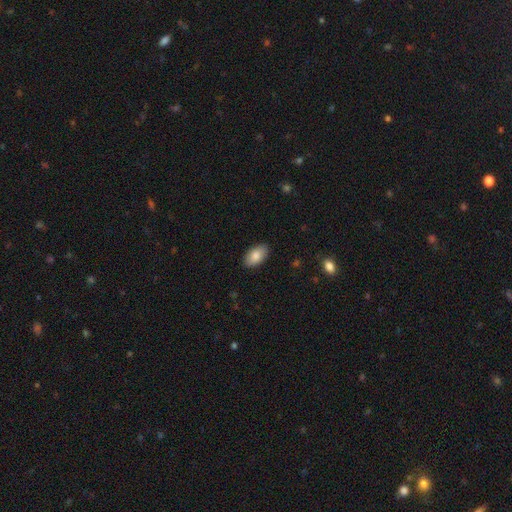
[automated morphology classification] smooth_or_featured: smooth (p=0.85) [alt: featured or disk p=0.09]
how_rounded: in between (p=0.95) [alt: round p=0.03]
merging: none (p=0.89) [alt: minor disturbance p=0.09]